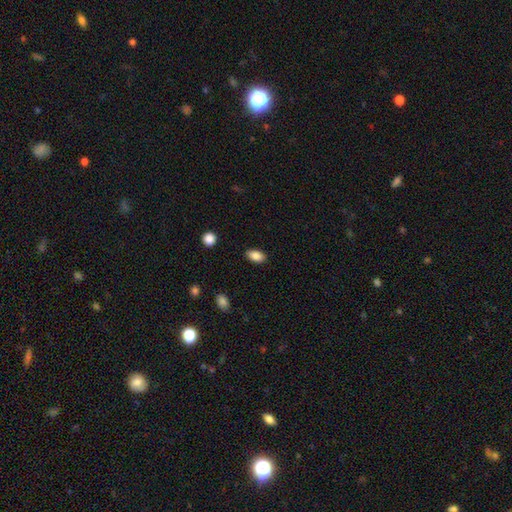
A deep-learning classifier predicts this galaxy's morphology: Smooth or featured?
  - smooth: 85% *
  - star or artifact: 8%
  - featured or disk: 6%
How rounded?
  - in between: 91% *
  - round: 6%
  - cigar-shaped: 3%
Merging?
  - none: 88% *
  - minor disturbance: 9%
  - major disturbance: 2%
  - merger: 1%